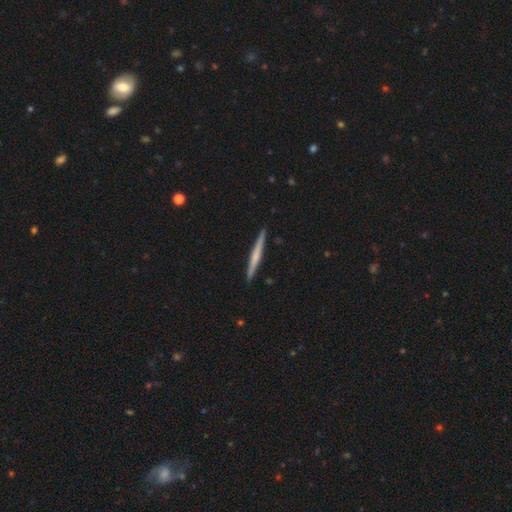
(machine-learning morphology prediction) Overall: featured or disk (51%; smooth 43%). Edge-on disk: yes (98%). Edge-on bulge: none (62%; rounded 28%). Merging: none (92%).